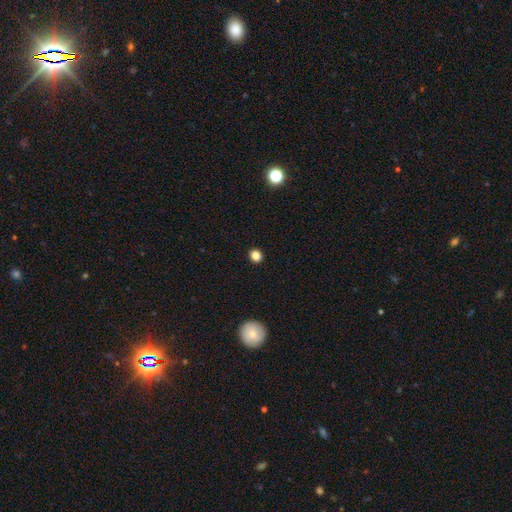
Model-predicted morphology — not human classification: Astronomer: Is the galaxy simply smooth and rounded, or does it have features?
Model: smooth — 84%.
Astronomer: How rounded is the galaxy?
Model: round — 84%.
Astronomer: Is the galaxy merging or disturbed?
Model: none — 92%.